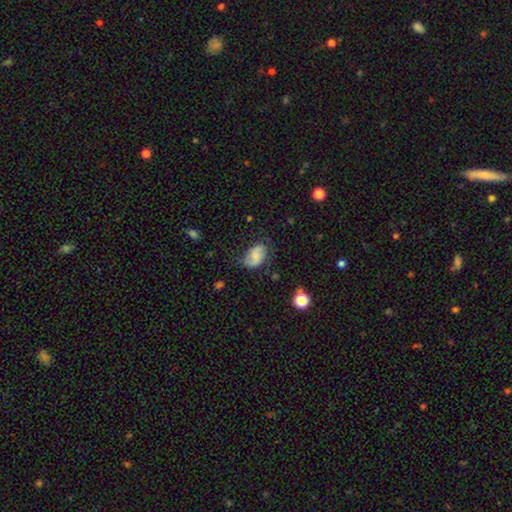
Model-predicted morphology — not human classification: Smooth or featured? Predicted: smooth (p=0.53). How rounded? Predicted: in between (p=0.83). Merging? Predicted: none (p=0.54).